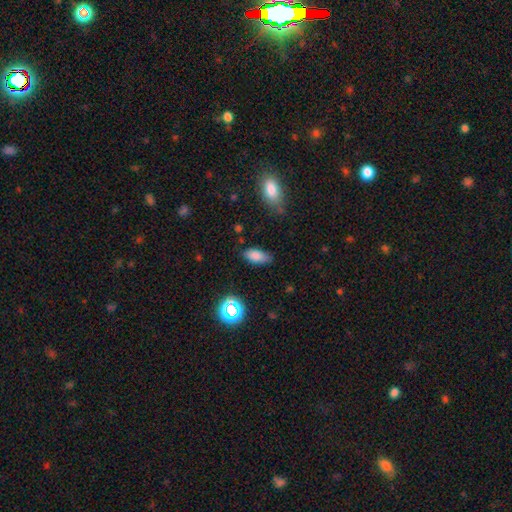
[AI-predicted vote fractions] Smooth or featured: smooth — 81% (star or artifact — 11%)
How rounded: in between — 84% (cigar-shaped — 12%)
Merging: none — 78% (minor disturbance — 16%)